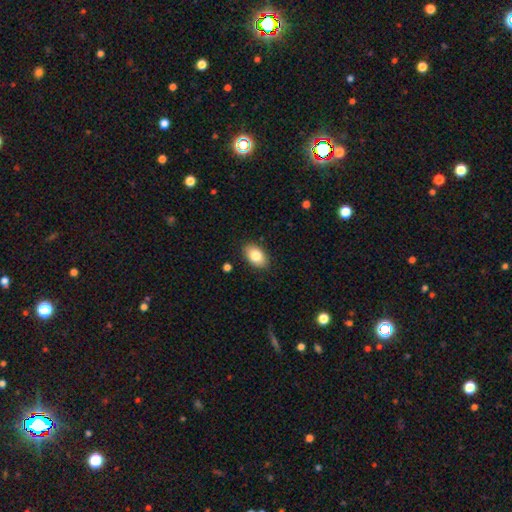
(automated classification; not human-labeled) Smooth or featured? Predicted: smooth (p=0.83). How rounded? Predicted: in between (p=0.92). Merging? Predicted: none (p=0.88).